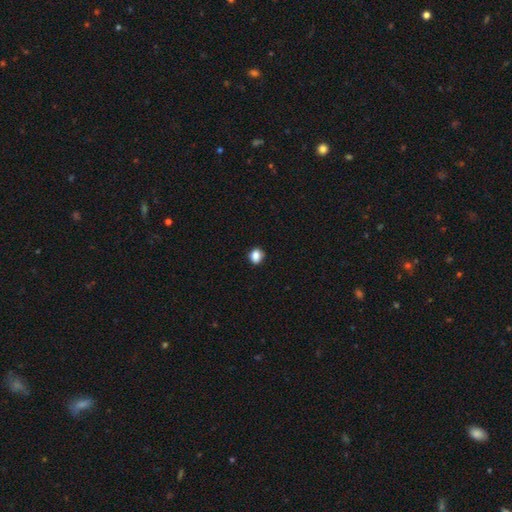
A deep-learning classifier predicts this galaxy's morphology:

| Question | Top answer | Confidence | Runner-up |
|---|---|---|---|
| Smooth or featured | smooth | 86% | star or artifact (10%) |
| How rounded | round | 67% | in between (32%) |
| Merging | none | 87% | minor disturbance (10%) |